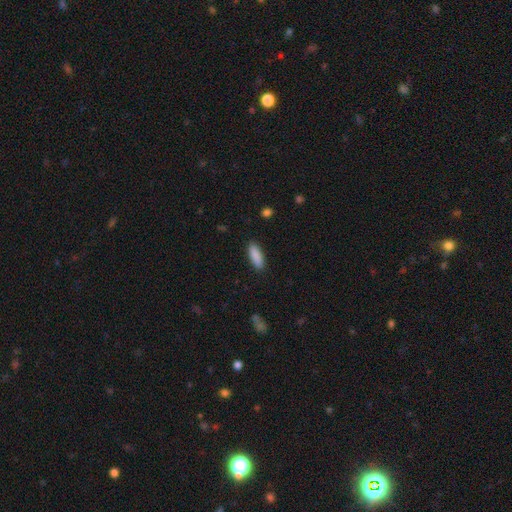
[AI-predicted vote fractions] Smooth or featured?
  - smooth: 90% *
  - star or artifact: 6%
  - featured or disk: 4%
How rounded?
  - in between: 65% *
  - cigar-shaped: 34%
  - round: 2%
Merging?
  - none: 88% *
  - minor disturbance: 8%
  - major disturbance: 2%
  - merger: 1%